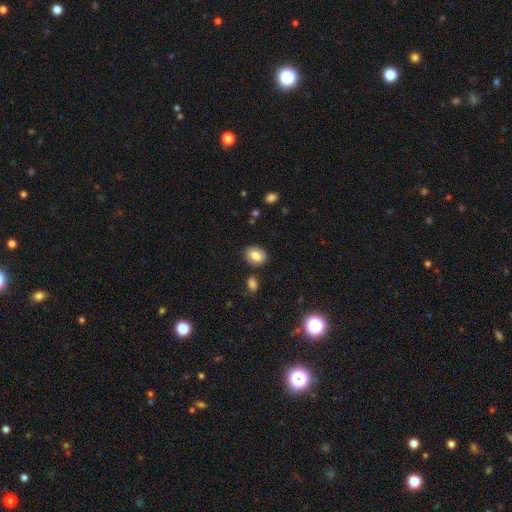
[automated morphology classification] Smooth or featured? Predicted: smooth (p=0.80). How rounded? Predicted: in between (p=0.52). Merging? Predicted: none (p=0.84).